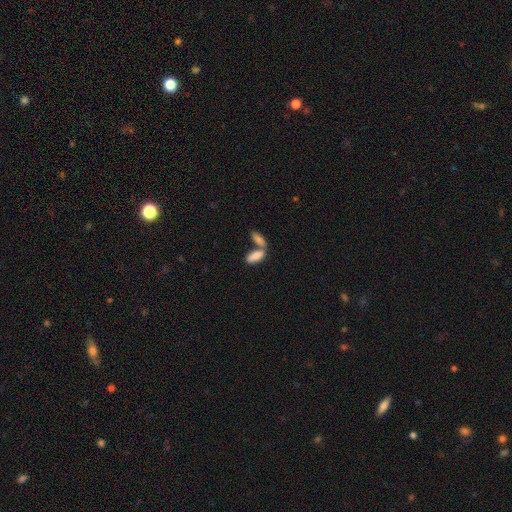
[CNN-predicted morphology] A smooth galaxy with no disk features (83%) that is in between round and cigar-shaped (76%).

Vote fractions:
- Smooth or featured? smooth: 83% / featured or disk: 10% / star or artifact: 7%
- How rounded? in between: 76% / cigar-shaped: 22% / round: 2%
- Merging? merger: 55% / none: 33% / minor disturbance: 8% / major disturbance: 4%